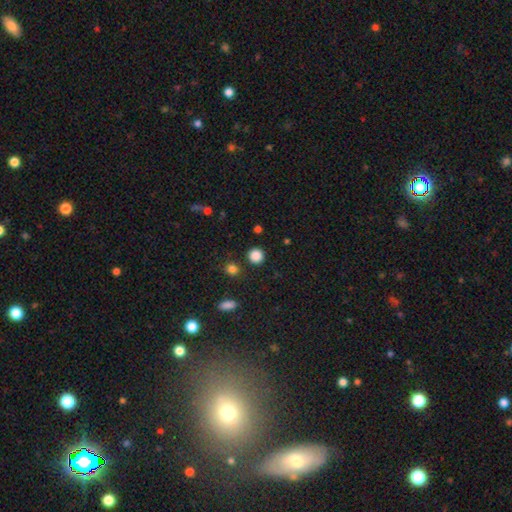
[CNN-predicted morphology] Smooth or featured: smooth — 86% (star or artifact — 11%)
How rounded: round — 93% (in between — 6%)
Merging: none — 89% (minor disturbance — 6%)